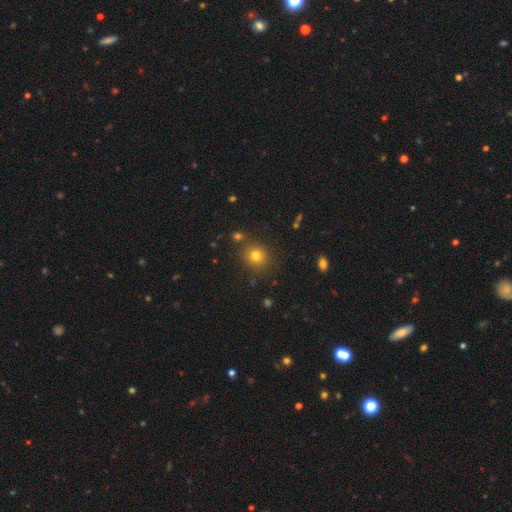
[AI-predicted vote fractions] This appears to be a smooth galaxy with no disk features (77%) that is round (85%). Merging: none (82%).